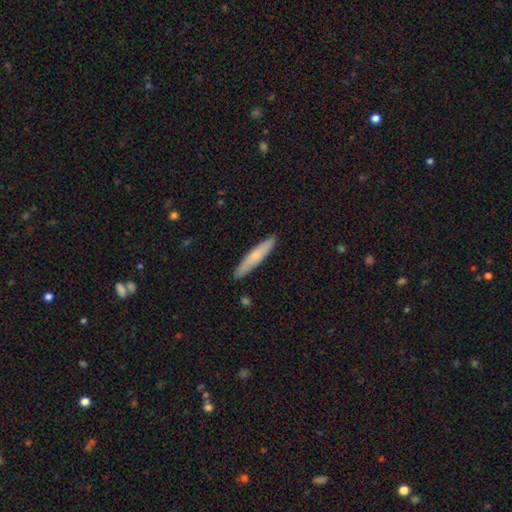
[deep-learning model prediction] A smooth galaxy with no disk features (67%) that is cigar-shaped (91%).

Vote fractions:
- Smooth or featured? smooth: 67% / featured or disk: 28% / star or artifact: 5%
- How rounded? cigar-shaped: 91% / in between: 7% / round: 1%
- Merging? none: 90% / minor disturbance: 7% / major disturbance: 1% / merger: 1%